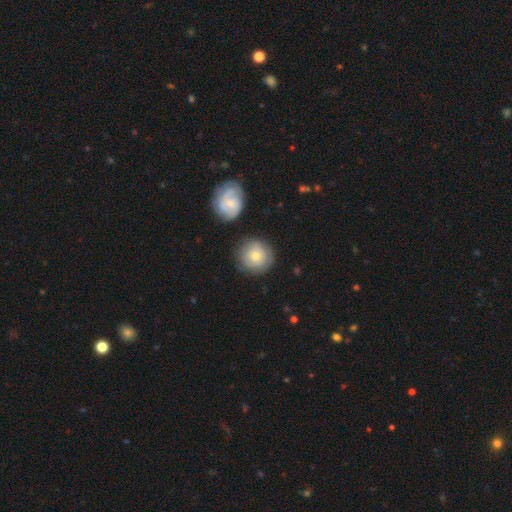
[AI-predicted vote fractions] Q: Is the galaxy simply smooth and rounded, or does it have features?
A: smooth — 73%.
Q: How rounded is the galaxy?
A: round — 93%.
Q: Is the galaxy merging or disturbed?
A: none — 80%.